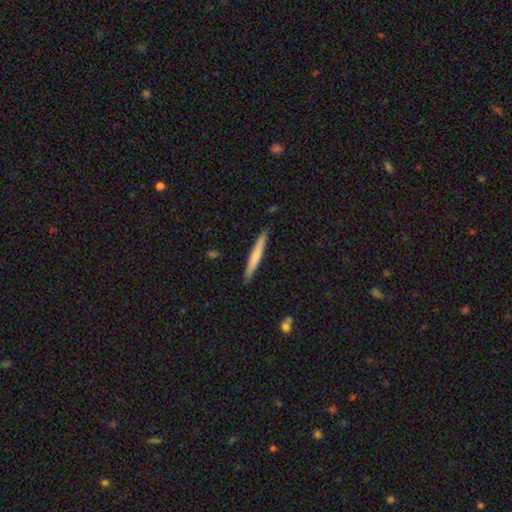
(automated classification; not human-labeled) Morphology: type=smooth (57%); roundness=cigar-shaped (96%); merging=none (91%).